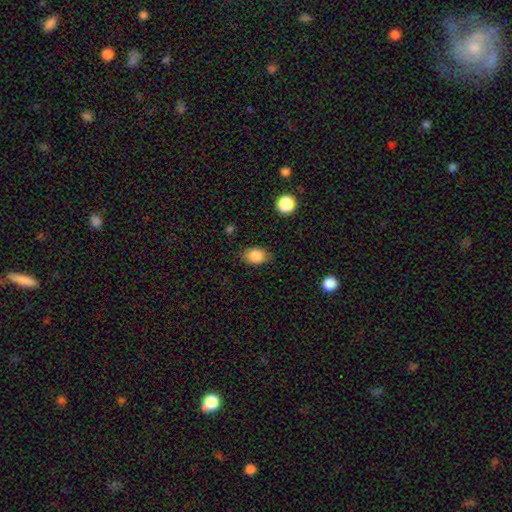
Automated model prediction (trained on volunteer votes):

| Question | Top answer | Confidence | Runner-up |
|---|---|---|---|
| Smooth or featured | smooth | 86% | star or artifact (8%) |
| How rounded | in between | 75% | round (24%) |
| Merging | none | 79% | minor disturbance (16%) |